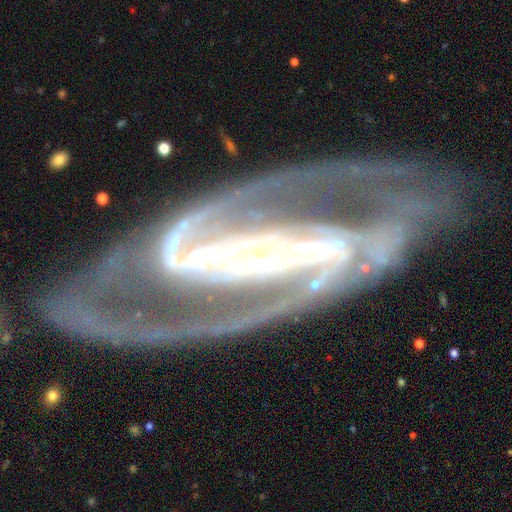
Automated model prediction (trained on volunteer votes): Overall: featured or disk (93%). Edge-on disk: no (96%). Bar: strong (80%). Spiral arms: yes (98%). Spiral arm count: 2 (92%). Spiral winding: medium (53%; tight 36%). Bulge size: small (73%). Merging: none (77%).